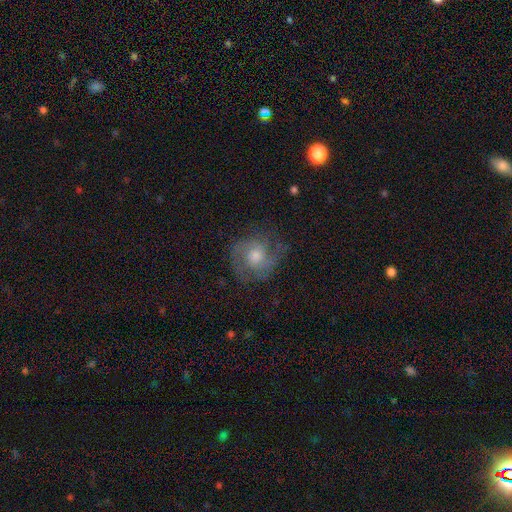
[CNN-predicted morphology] type=featured or disk (72%); edge-on=no (97%); bar=no (71%); spiral arms=yes (92%); winding=medium (47%); arm count=2 (63%); bulge=moderate (62%); merging=none (70%).